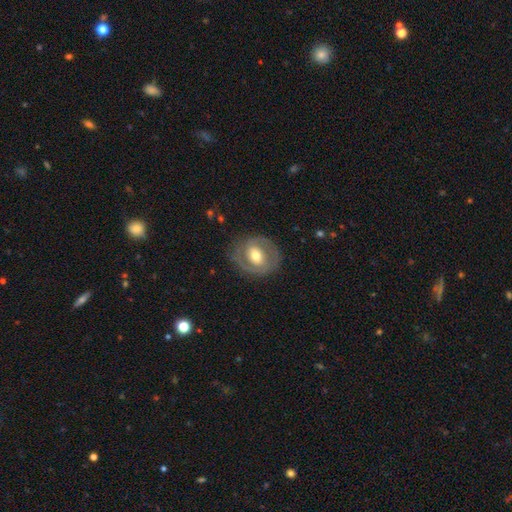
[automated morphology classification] Smooth or featured? featured or disk (63%)
Edge-on disk? no (96%)
Bar? no (41%)
Spiral arms? yes (62%)
Bulge size? moderate (70%)
Merging? none (78%)